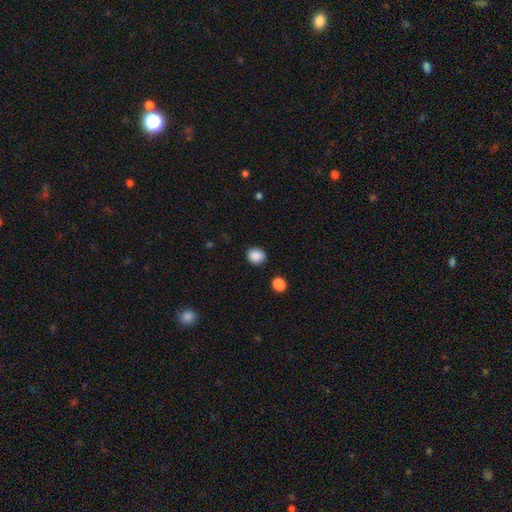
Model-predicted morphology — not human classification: The model was most divided on "how rounded": round: 69%, in between: 30%, cigar-shaped: 1%. More confident: smooth or featured — smooth (88%); merging — none (87%).